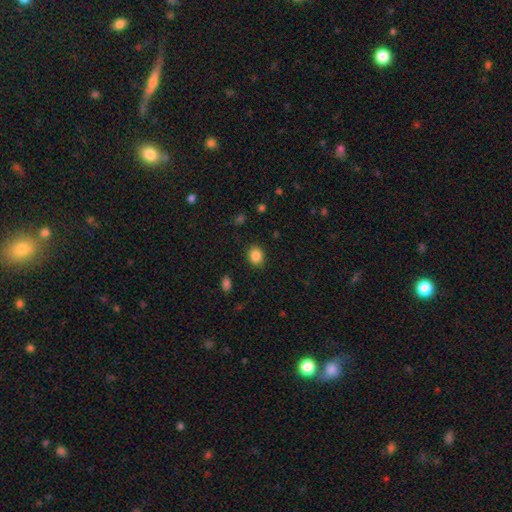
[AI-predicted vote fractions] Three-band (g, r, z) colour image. It shows a smooth galaxy with no disk features (86%) that is round (59%). Merging: none (87%).